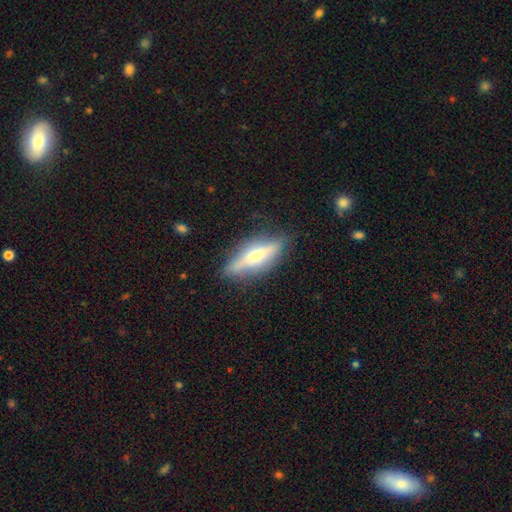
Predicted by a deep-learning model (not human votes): featured or disk 58%, smooth 36%, star or artifact 7%. Down the decision tree: edge-on disk — yes (86%); merging — none (79%).